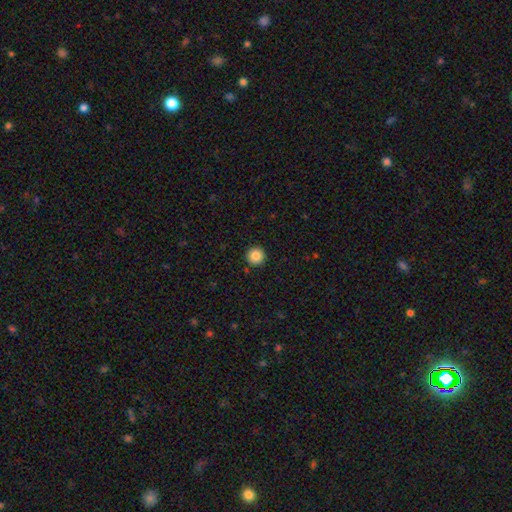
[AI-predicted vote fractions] Smooth or featured: smooth — 86% (star or artifact — 9%)
How rounded: round — 96% (in between — 3%)
Merging: none — 93% (minor disturbance — 5%)